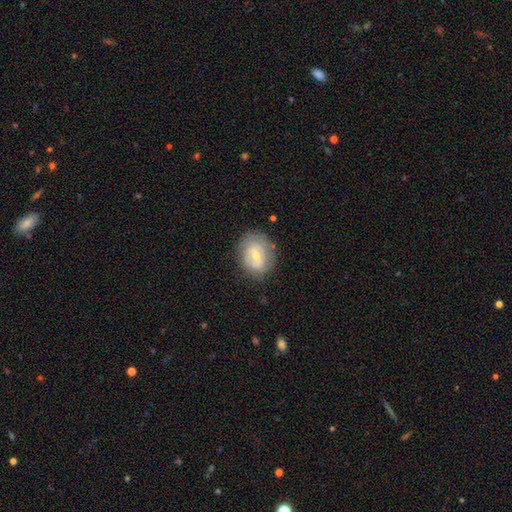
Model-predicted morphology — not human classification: This appears to be a featured or disk galaxy (51%). Merging: none (72%).